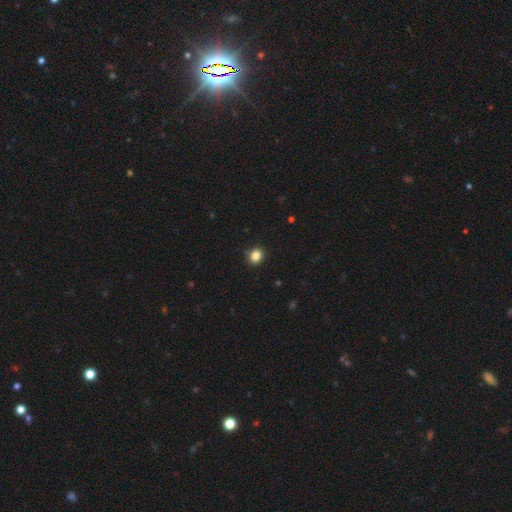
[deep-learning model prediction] This appears to be a smooth galaxy with no disk features (85%) that is round (63%). Merging: none (89%).